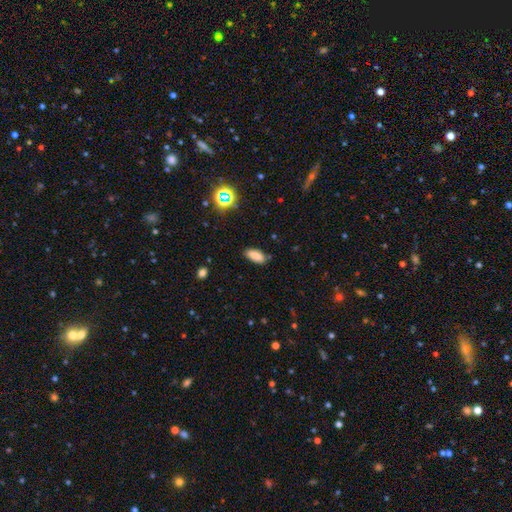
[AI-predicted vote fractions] This is clearly a smooth galaxy (85%). How rounded: clearly in between (85%). Merging: clearly none (84%).